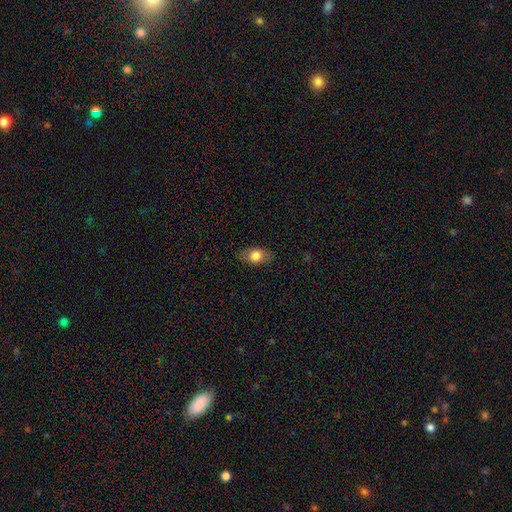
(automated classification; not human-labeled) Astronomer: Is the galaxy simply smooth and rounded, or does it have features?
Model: smooth — 77%.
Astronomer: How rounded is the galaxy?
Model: in between — 80%.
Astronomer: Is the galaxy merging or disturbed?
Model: none — 82%.